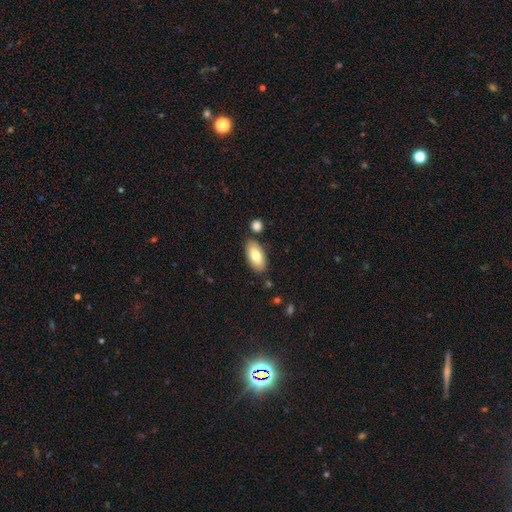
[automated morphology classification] The model was most divided on "smooth or featured": smooth: 78%, featured or disk: 16%, star or artifact: 6%. More confident: how rounded — in between (90%); merging — none (79%).